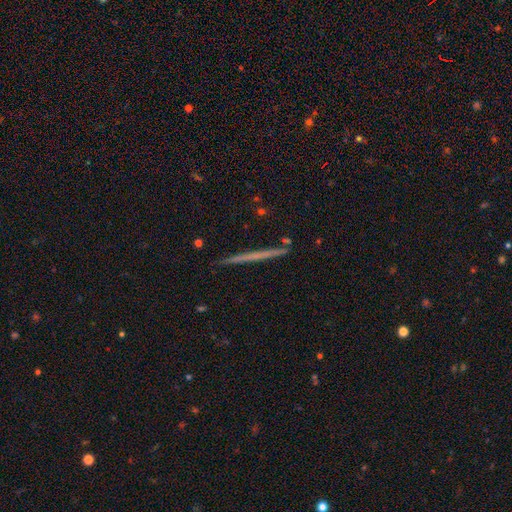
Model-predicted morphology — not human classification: Smooth or featured? Predicted: featured or disk (p=0.55). Edge-on disk? Predicted: yes (p=0.98). Edge-on bulge? Predicted: none (p=0.91). Merging? Predicted: none (p=0.91).